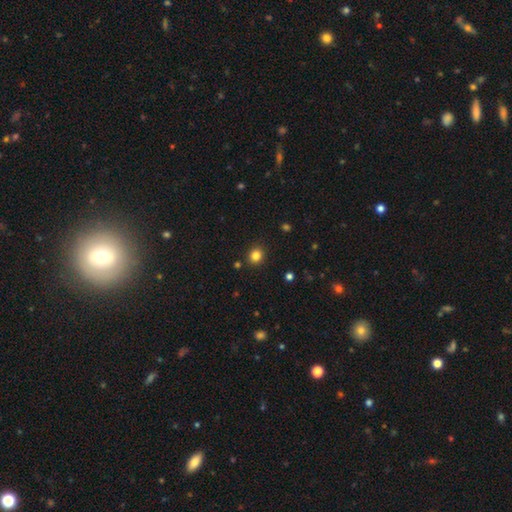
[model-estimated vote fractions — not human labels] The model was most divided on "smooth or featured": smooth: 83%, star or artifact: 13%, featured or disk: 5%. More confident: merging — none (89%); how rounded — round (84%).